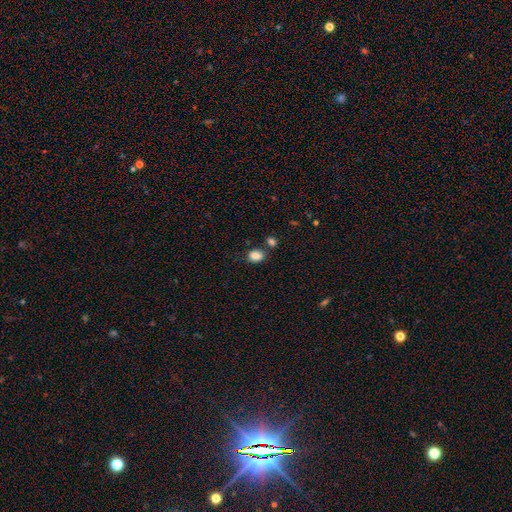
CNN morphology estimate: Overall: smooth (85%). How rounded: in between (58%; round 41%). Merging: none (72%).